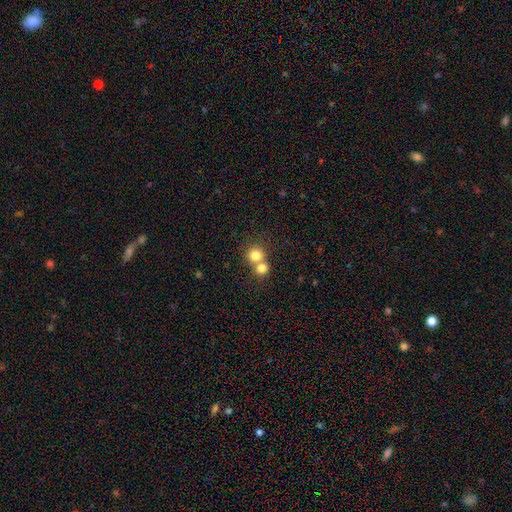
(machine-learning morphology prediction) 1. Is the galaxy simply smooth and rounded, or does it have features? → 79% smooth, 11% star or artifact, 10% featured or disk.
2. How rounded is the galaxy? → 87% round, 12% in between, 1% cigar-shaped.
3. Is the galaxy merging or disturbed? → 51% merger, 42% none, 5% minor disturbance, 2% major disturbance.